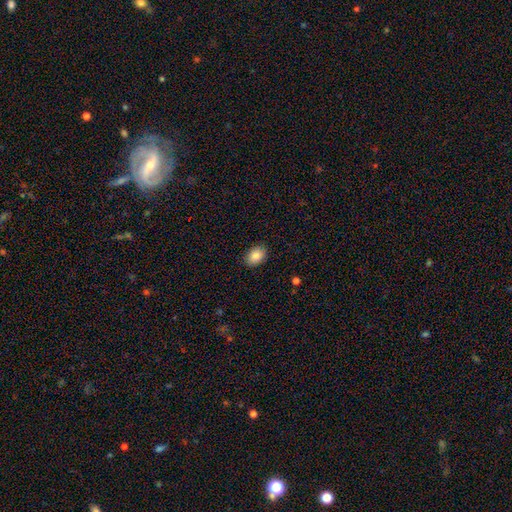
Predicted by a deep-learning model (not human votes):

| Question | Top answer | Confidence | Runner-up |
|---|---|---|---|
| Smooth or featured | smooth | 84% | star or artifact (8%) |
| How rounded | in between | 77% | round (22%) |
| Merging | none | 89% | minor disturbance (9%) |